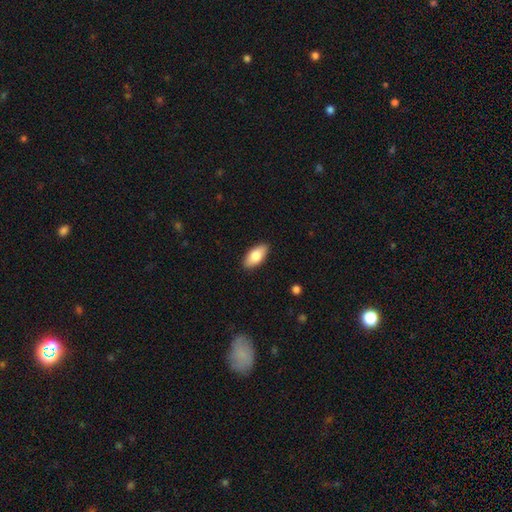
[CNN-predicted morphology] A smooth galaxy with no disk features (80%) that is in between round and cigar-shaped (90%).

Vote fractions:
- Smooth or featured? smooth: 80% / featured or disk: 14% / star or artifact: 6%
- How rounded? in between: 90% / cigar-shaped: 8% / round: 2%
- Merging? none: 90% / minor disturbance: 8% / major disturbance: 2% / merger: 1%